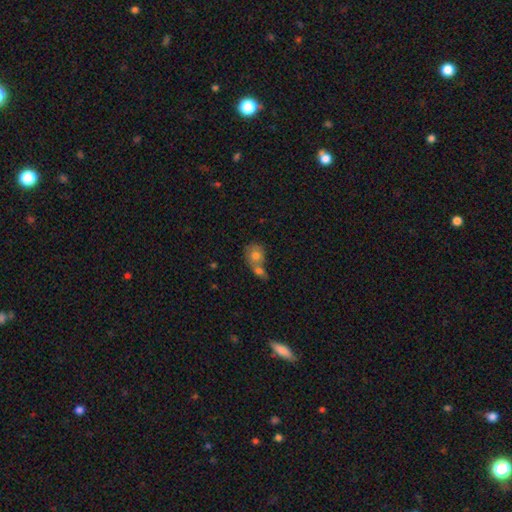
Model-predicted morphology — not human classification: Q: Smooth or featured?
A: smooth (74%); runner-up: featured or disk (18%)
Q: How rounded?
A: round (62%); runner-up: in between (37%)
Q: Merging?
A: merger (67%); runner-up: none (21%)